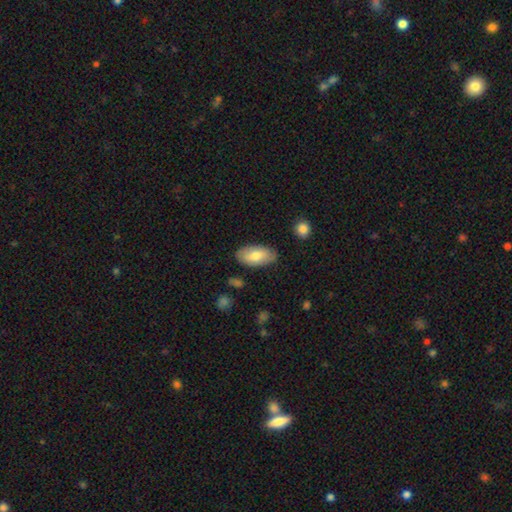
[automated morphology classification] Smooth or featured? Predicted: smooth (p=0.74). How rounded? Predicted: in between (p=0.94). Merging? Predicted: none (p=0.83).